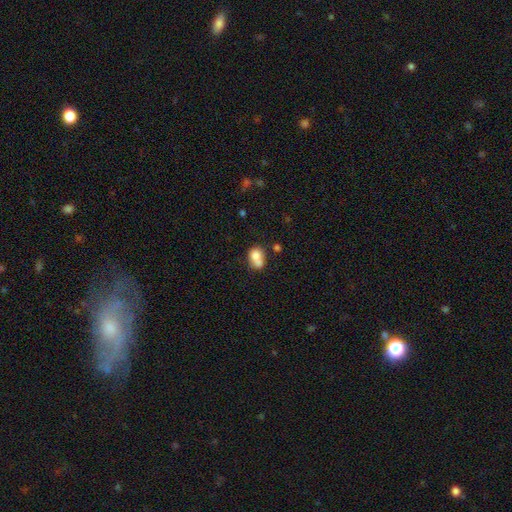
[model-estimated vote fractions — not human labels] Q: Smooth or featured?
A: smooth (74%); runner-up: featured or disk (17%)
Q: How rounded?
A: round (54%); runner-up: in between (45%)
Q: Merging?
A: merger (54%); runner-up: none (28%)